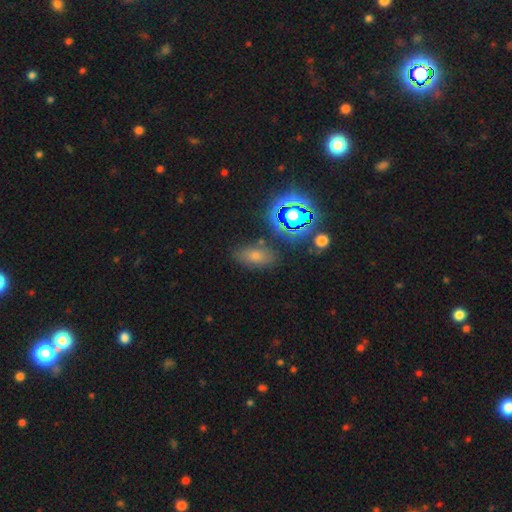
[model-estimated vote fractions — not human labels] Smooth or featured? Predicted: smooth (p=0.49). Merging? Predicted: none (p=0.79).